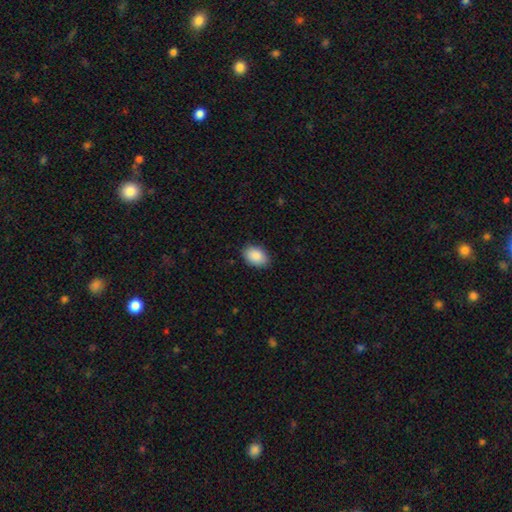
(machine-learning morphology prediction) smooth_or_featured: smooth (p=0.90) [alt: star or artifact p=0.07]
how_rounded: in between (p=0.86) [alt: round p=0.13]
merging: none (p=0.86) [alt: minor disturbance p=0.10]